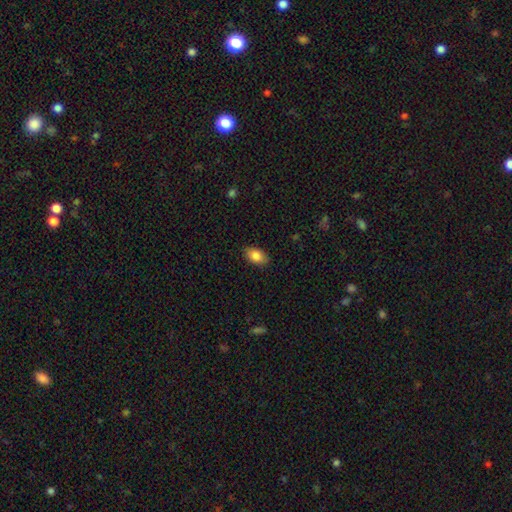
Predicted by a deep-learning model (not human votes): This is clearly a smooth galaxy (86%). How rounded: clearly in between (90%). Merging: clearly none (87%).